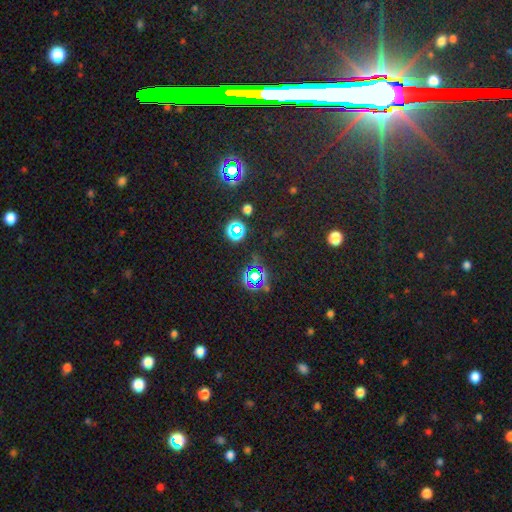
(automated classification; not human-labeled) Morphology: type=star or artifact (69%).